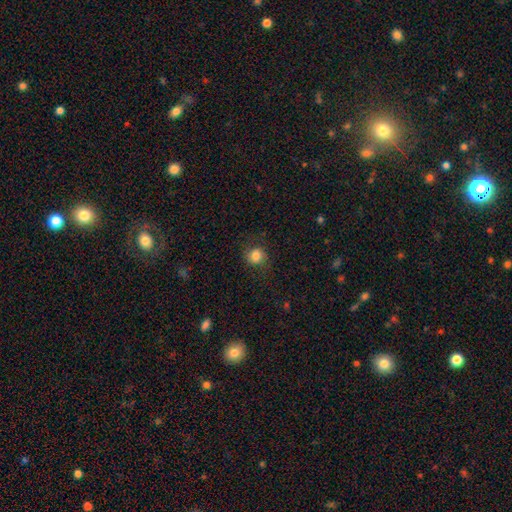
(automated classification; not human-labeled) Smooth or featured?
  - smooth: 81% *
  - star or artifact: 10%
  - featured or disk: 10%
How rounded?
  - round: 78% *
  - in between: 21%
  - cigar-shaped: 1%
Merging?
  - none: 77% *
  - minor disturbance: 16%
  - major disturbance: 7%
  - merger: 1%